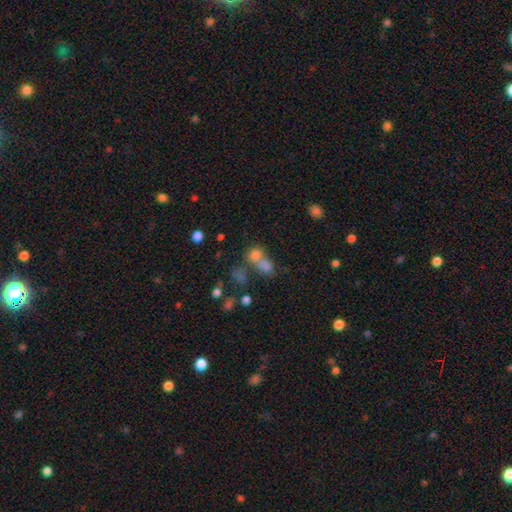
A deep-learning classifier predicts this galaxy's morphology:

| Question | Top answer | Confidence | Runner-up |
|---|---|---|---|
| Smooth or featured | smooth | 70% | star or artifact (18%) |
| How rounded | round | 64% | in between (34%) |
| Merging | merger | 55% | none (33%) |